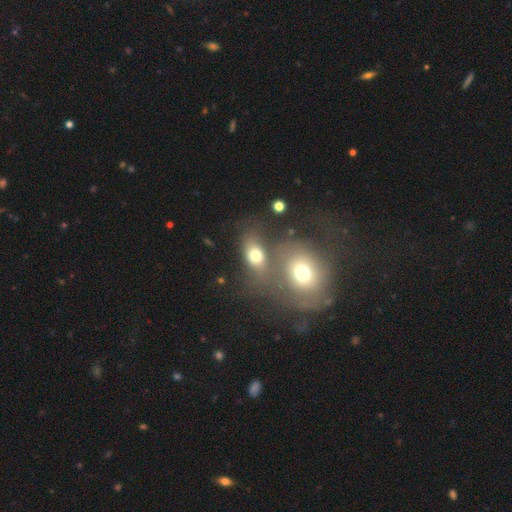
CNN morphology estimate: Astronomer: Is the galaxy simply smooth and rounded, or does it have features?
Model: smooth — 71%.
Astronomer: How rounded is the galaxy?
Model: in between — 64%.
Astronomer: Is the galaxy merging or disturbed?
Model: merger — 46% (runner-up: none, 34%).